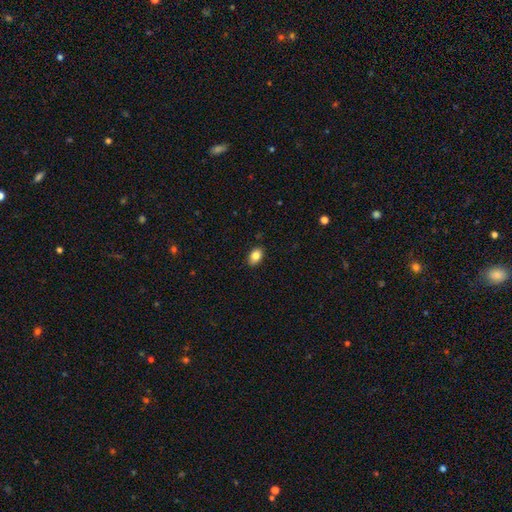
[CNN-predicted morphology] smooth 85%, star or artifact 8%, featured or disk 7%. Down the decision tree: how rounded — in between (85%); merging — none (88%).